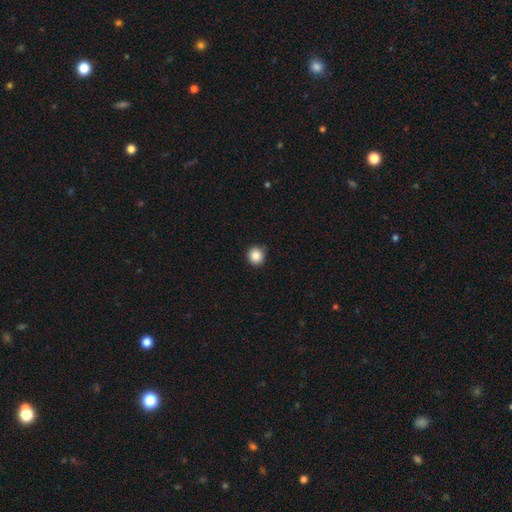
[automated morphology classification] Q: Smooth or featured?
A: smooth (86%); runner-up: star or artifact (10%)
Q: How rounded?
A: round (90%); runner-up: in between (10%)
Q: Merging?
A: none (89%); runner-up: minor disturbance (9%)